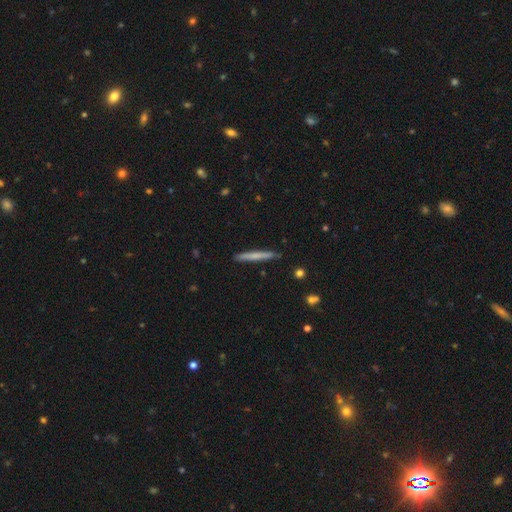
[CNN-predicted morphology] smooth 62%, featured or disk 32%, star or artifact 6%. Down the decision tree: how rounded — cigar-shaped (97%); merging — none (91%).